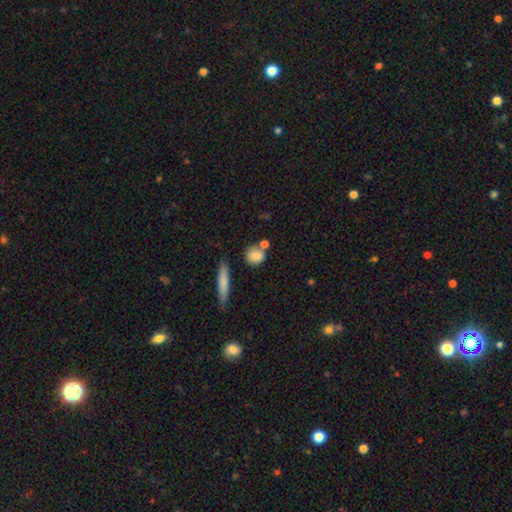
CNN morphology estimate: This appears to be a smooth galaxy with no disk features (81%) that is round (65%). Merging: none (62%).